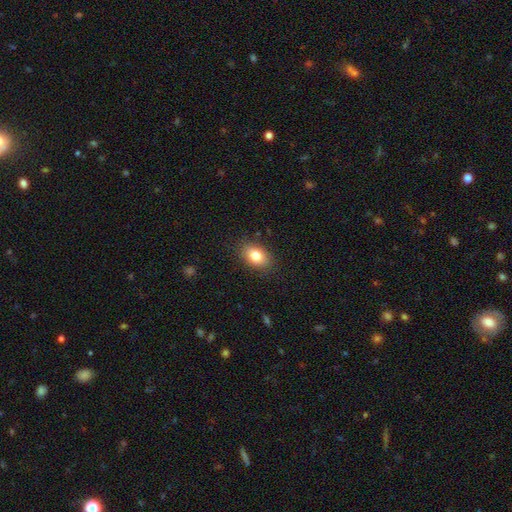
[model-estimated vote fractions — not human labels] The model was most divided on "how rounded": in between: 80%, round: 19%, cigar-shaped: 1%. More confident: merging — none (86%); smooth or featured — smooth (82%).